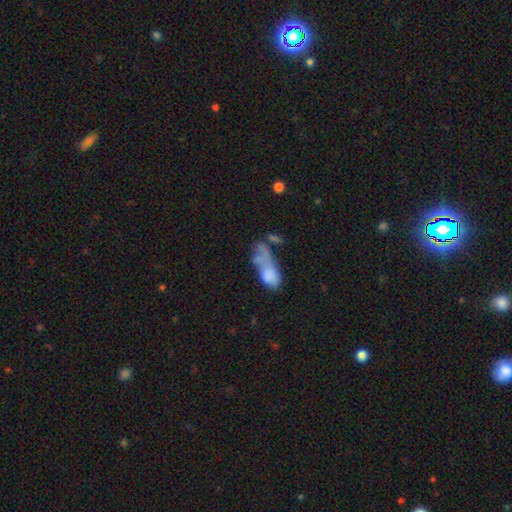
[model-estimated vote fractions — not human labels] smooth-or-featured: smooth: 49% | featured or disk: 33% | star or artifact: 18%
  merging: merger: 30% | major disturbance: 27% | none: 26% | minor disturbance: 17%